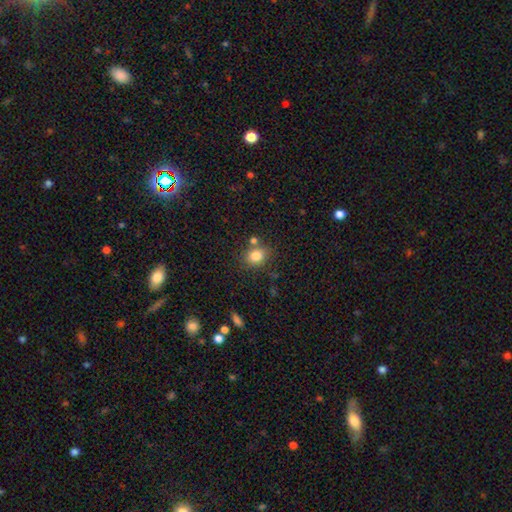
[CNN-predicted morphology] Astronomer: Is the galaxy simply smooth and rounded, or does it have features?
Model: smooth — 82%.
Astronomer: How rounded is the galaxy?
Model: round — 60% (runner-up: in between, 39%).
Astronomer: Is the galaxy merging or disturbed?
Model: none — 70%.